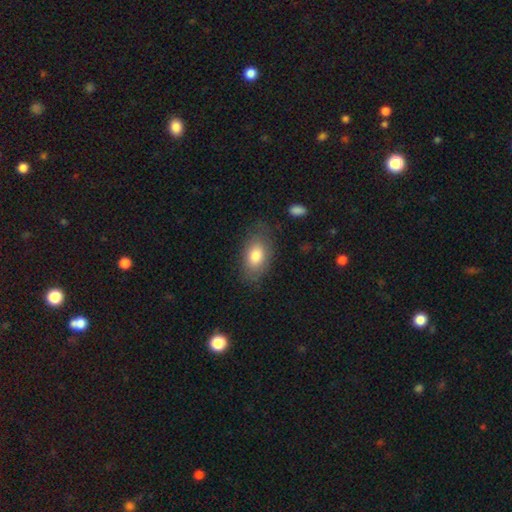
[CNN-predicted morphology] This appears to be a smooth galaxy with no disk features (79%) that is in between round and cigar-shaped (90%). Merging: none (73%).